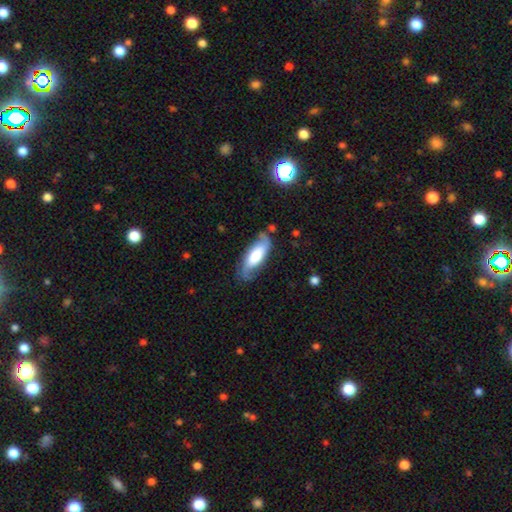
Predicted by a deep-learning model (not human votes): A featured or disk galaxy (52%).

Vote fractions:
- Smooth or featured? featured or disk: 52% / smooth: 42% / star or artifact: 6%
- Edge-on disk? no: 82% / yes: 18%
- Merging? none: 66% / minor disturbance: 23% / major disturbance: 8% / merger: 3%